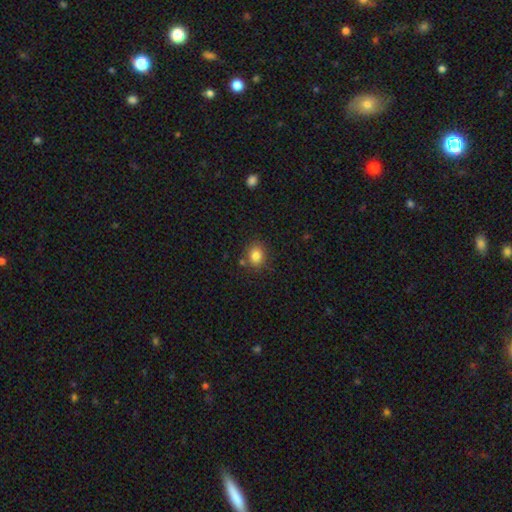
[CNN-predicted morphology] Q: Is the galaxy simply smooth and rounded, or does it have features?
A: smooth — 83%.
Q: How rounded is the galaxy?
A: round — 54%.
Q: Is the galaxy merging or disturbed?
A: none — 79%.